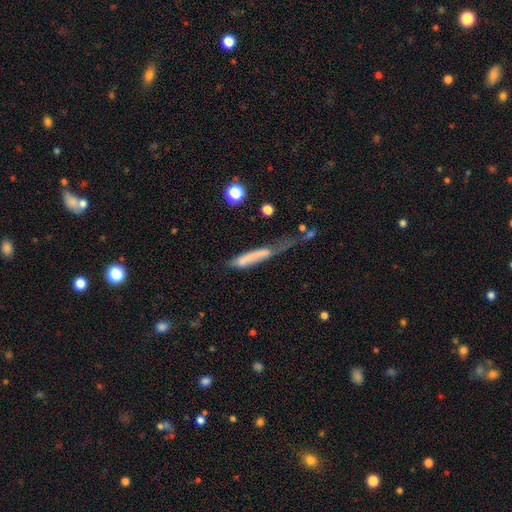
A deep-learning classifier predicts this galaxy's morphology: This appears to be a smooth galaxy with no disk features (64%) that is cigar-shaped (85%). Merging: major disturbance (43%).